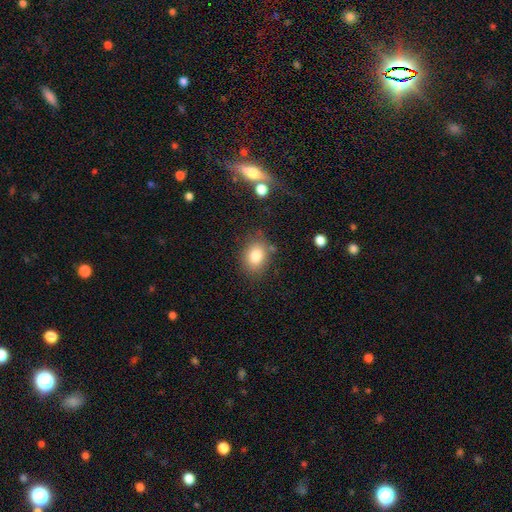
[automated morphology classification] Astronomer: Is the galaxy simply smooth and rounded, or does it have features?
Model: smooth — 82%.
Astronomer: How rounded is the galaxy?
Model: in between — 65%.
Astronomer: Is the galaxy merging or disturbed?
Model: none — 75%.